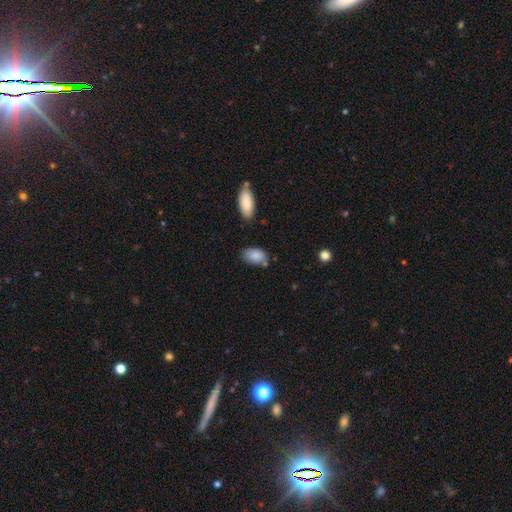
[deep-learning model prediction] Q: Smooth or featured?
A: smooth (87%); runner-up: star or artifact (7%)
Q: How rounded?
A: in between (92%); runner-up: round (6%)
Q: Merging?
A: none (67%); runner-up: minor disturbance (21%)